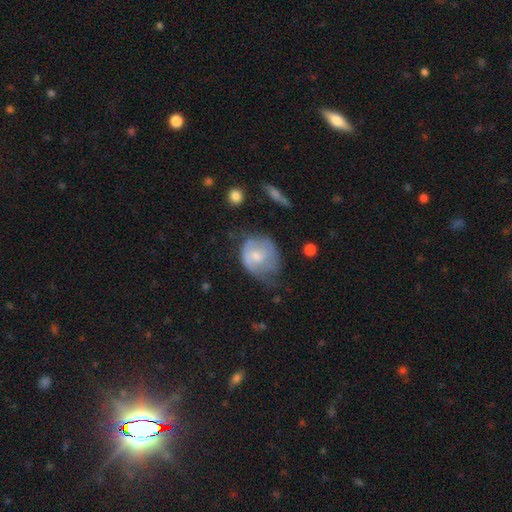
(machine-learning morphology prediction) Smooth or featured? Predicted: featured or disk (p=0.47, tied with smooth). Merging? Predicted: minor disturbance (p=0.35).